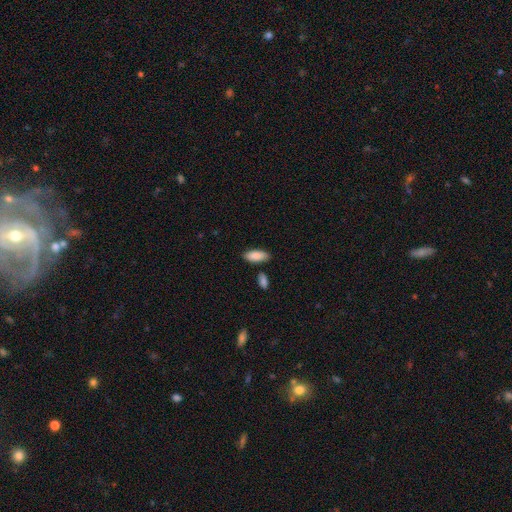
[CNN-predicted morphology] Smooth or featured?
  - smooth: 89% *
  - star or artifact: 6%
  - featured or disk: 5%
How rounded?
  - in between: 83% *
  - cigar-shaped: 15%
  - round: 2%
Merging?
  - none: 80% *
  - minor disturbance: 12%
  - merger: 6%
  - major disturbance: 3%